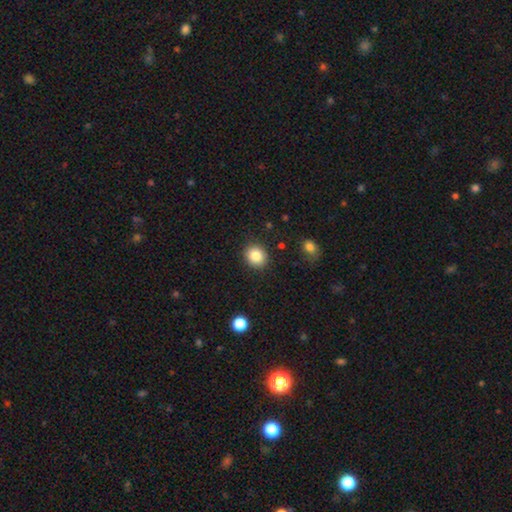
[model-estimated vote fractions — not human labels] The model was most divided on "how rounded": round: 77%, in between: 22%, cigar-shaped: 1%. More confident: merging — none (89%); smooth or featured — smooth (84%).